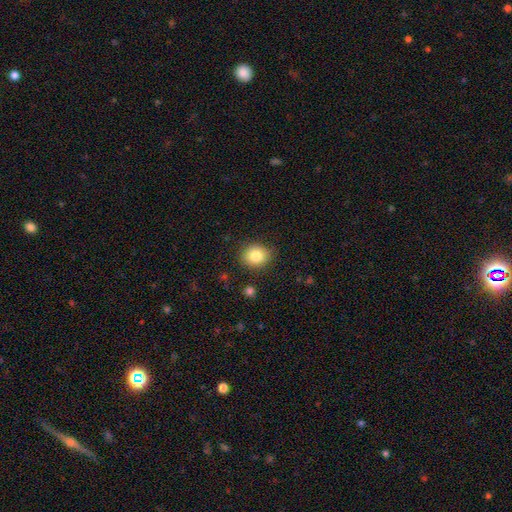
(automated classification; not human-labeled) Smooth or featured: smooth — 83% (star or artifact — 9%)
How rounded: round — 68% (in between — 31%)
Merging: none — 86% (minor disturbance — 10%)